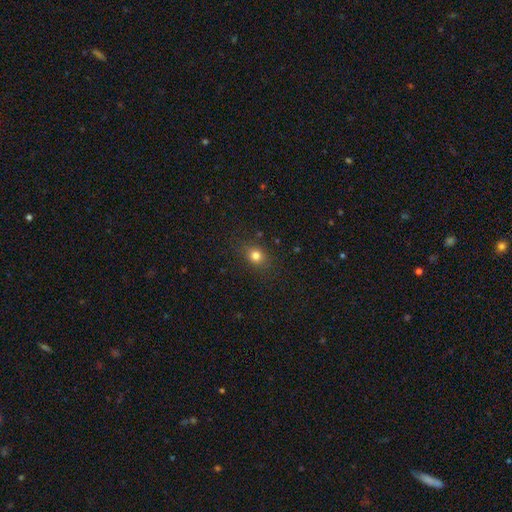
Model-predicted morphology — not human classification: This is likely a smooth galaxy (79%). How rounded: likely round (67%). Merging: clearly none (84%).